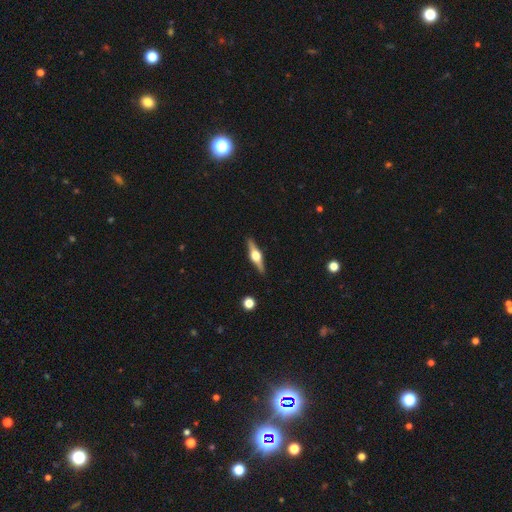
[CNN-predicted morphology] This is likely a featured or disk galaxy (78%). It is clearly viewed edge-on (97%). Edge-on bulge: clearly rounded (95%). Merging: clearly none (91%).